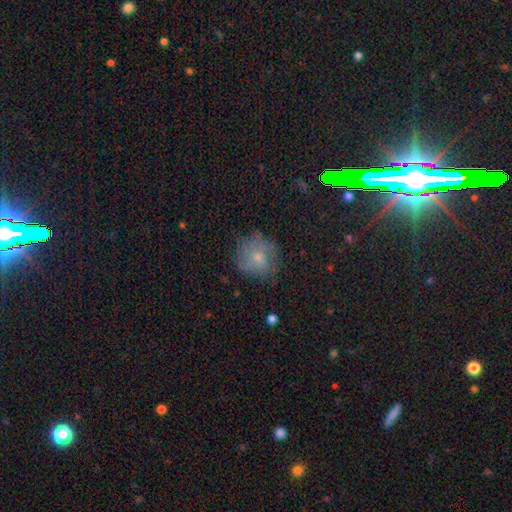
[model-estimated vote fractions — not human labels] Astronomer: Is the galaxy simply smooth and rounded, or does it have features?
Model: smooth — 59%.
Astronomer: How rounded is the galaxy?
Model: round — 86%.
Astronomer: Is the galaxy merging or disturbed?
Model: none — 69%.